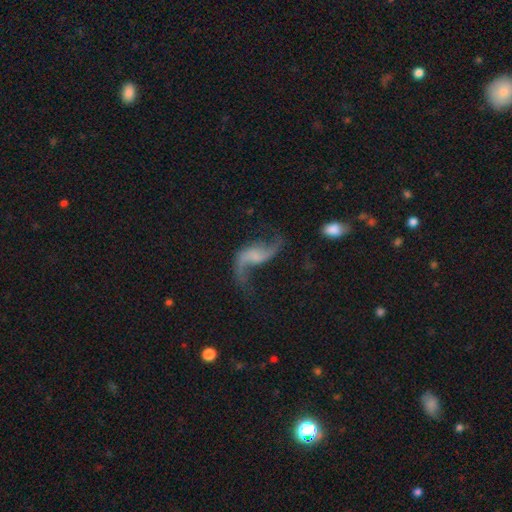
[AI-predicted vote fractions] smooth-or-featured: featured or disk: 87% | star or artifact: 7% | smooth: 6%
  disk-edge-on: no: 96% | yes: 4%
    bar: no: 50% | weak: 37% | strong: 13%
    has-spiral-arms: yes: 95% | no: 5%
      spiral-winding: loose: 91% | medium: 7% | tight: 2%
      spiral-arm-count: 2: 91% | 1: 4% | can't tell: 1% | 3: 1% | 4: 1% | more than 4: 1%
    bulge-size: small: 40% | none: 39% | moderate: 16% | large: 4% | dominant: 2%
  merging: none: 64% | minor disturbance: 16% | major disturbance: 16% | merger: 4%